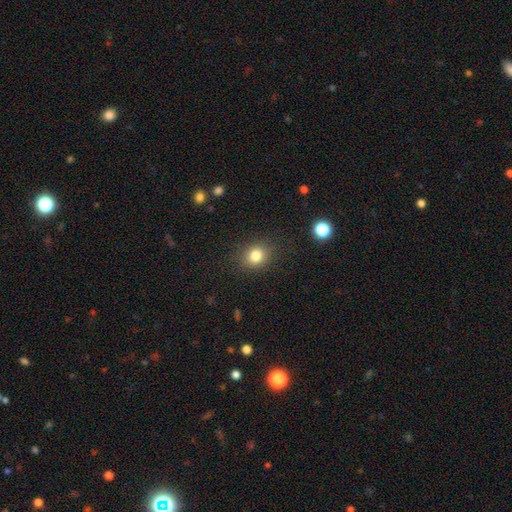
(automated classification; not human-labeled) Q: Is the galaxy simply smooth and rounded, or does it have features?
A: smooth — 82%.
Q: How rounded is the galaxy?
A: round — 66%.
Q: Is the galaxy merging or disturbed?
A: none — 86%.